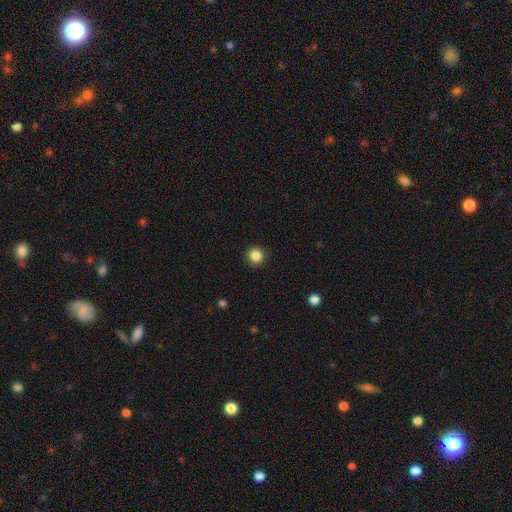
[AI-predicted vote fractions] Overall: smooth (86%). How rounded: round (93%). Merging: none (91%).